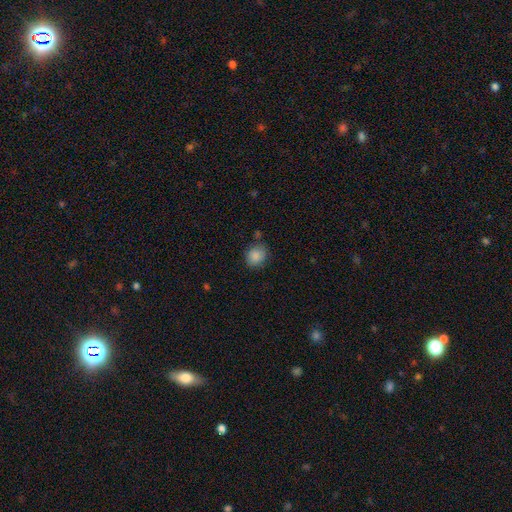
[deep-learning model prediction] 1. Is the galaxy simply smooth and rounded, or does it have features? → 85% smooth, 8% star or artifact, 6% featured or disk.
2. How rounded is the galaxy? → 69% round, 30% in between, 1% cigar-shaped.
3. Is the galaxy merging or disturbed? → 75% none, 16% minor disturbance, 4% merger, 4% major disturbance.